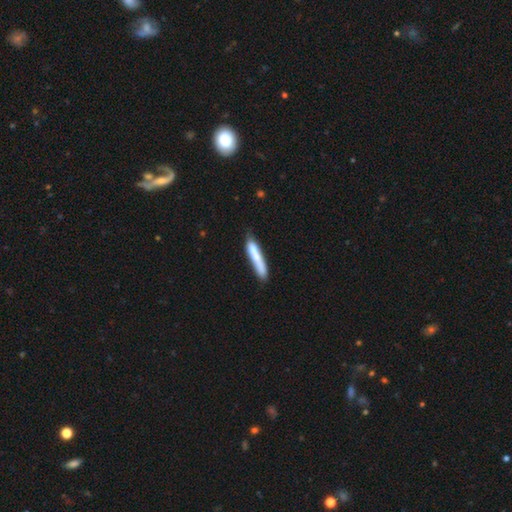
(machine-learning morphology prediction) Smooth or featured?
  - smooth: 70% *
  - featured or disk: 24%
  - star or artifact: 6%
How rounded?
  - cigar-shaped: 90% *
  - in between: 9%
  - round: 1%
Merging?
  - none: 59% *
  - minor disturbance: 23%
  - merger: 12%
  - major disturbance: 6%